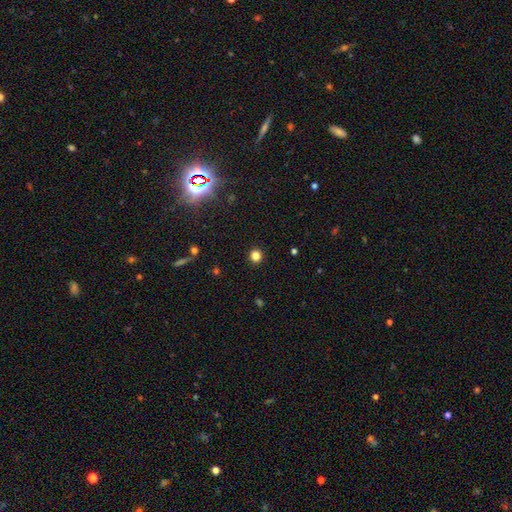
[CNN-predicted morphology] smooth_or_featured: smooth (p=0.82) [alt: star or artifact p=0.14]
how_rounded: round (p=0.91) [alt: in between p=0.08]
merging: none (p=0.92) [alt: minor disturbance p=0.05]